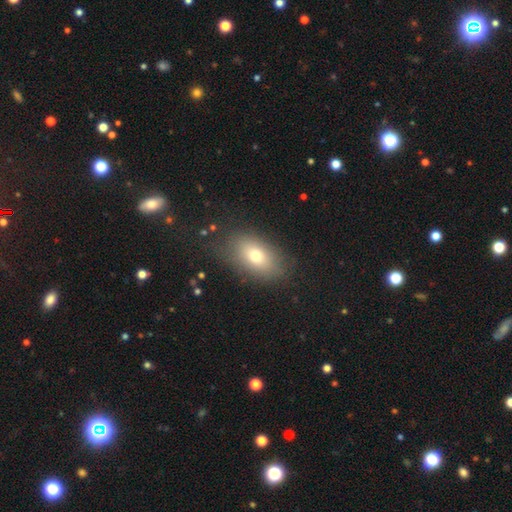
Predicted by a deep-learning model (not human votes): Smooth or featured?
  - smooth: 72% *
  - featured or disk: 17%
  - star or artifact: 11%
How rounded?
  - in between: 85% *
  - round: 12%
  - cigar-shaped: 3%
Merging?
  - none: 78% *
  - minor disturbance: 14%
  - major disturbance: 6%
  - merger: 2%